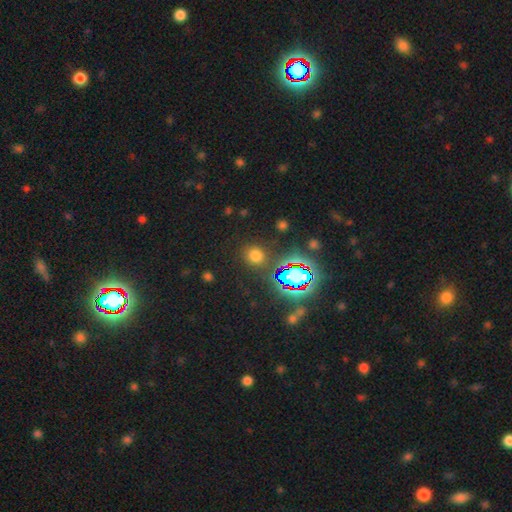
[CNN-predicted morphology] A smooth galaxy with no disk features (65%) that is round (83%).

Vote fractions:
- Smooth or featured? smooth: 65% / star or artifact: 29% / featured or disk: 6%
- How rounded? round: 83% / in between: 16% / cigar-shaped: 1%
- Merging? none: 84% / minor disturbance: 8% / major disturbance: 4% / merger: 3%